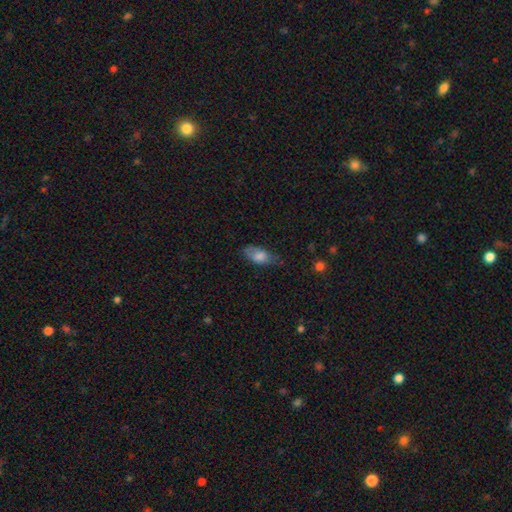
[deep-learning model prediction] A smooth galaxy with no disk features (62%) that is in between round and cigar-shaped (81%). Merging: none (68%).